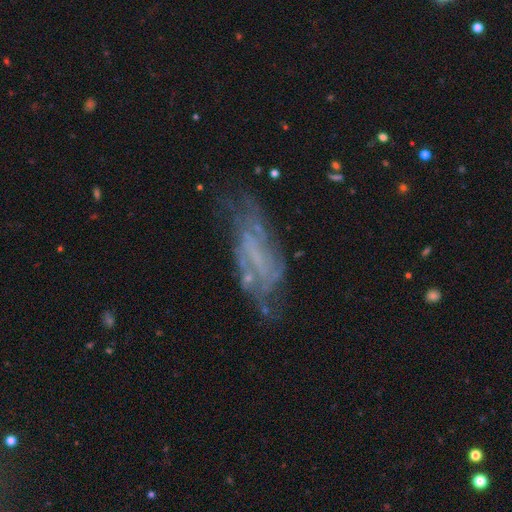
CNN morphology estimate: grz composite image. It shows a featured or disk galaxy (66%) with no bar (48%), spiral arms (56%) and no central bulge (68%). Merging: none (48%).